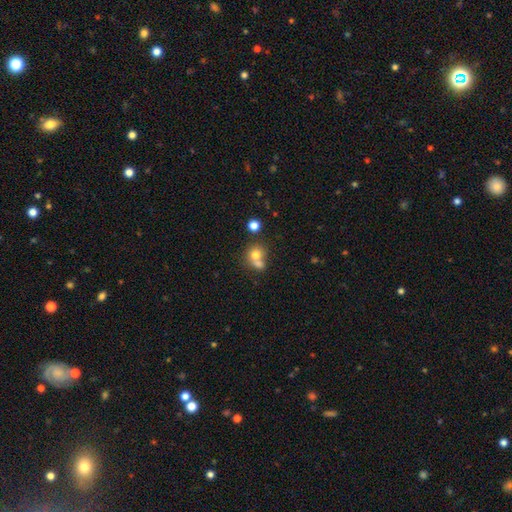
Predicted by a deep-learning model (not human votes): Smooth or featured: smooth — 73% (featured or disk — 15%)
How rounded: round — 76% (in between — 23%)
Merging: merger — 54% (none — 34%)